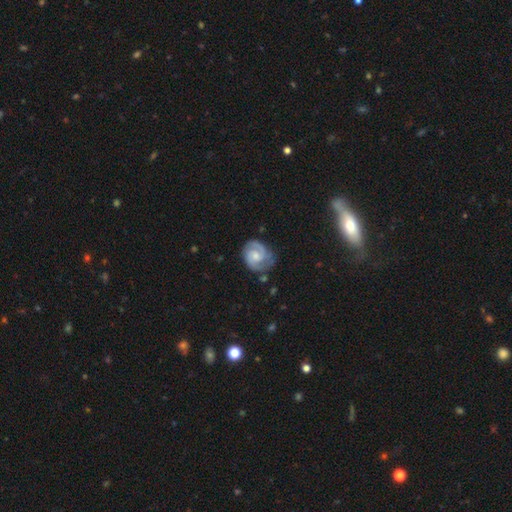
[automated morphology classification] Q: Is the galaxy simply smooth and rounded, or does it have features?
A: featured or disk — 83%.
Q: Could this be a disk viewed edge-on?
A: no — 98%.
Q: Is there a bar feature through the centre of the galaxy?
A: no — 56%.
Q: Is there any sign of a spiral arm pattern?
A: yes — 97%.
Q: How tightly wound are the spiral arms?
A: tight — 52%.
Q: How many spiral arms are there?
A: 2 — 80%.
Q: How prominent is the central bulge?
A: moderate — 49%.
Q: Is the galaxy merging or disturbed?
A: none — 71%.